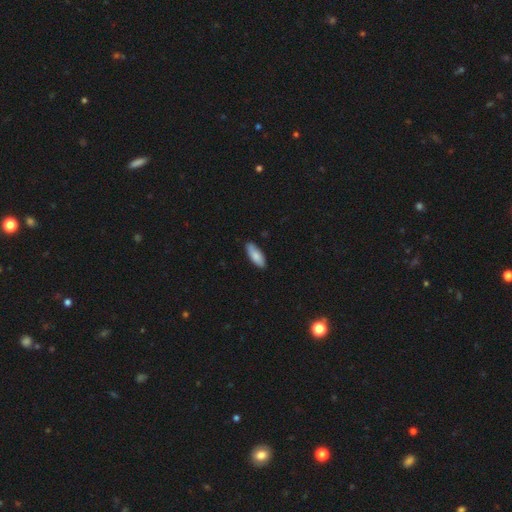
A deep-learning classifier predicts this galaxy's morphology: smooth_or_featured: smooth (p=0.85) [alt: featured or disk p=0.10]
how_rounded: in between (p=0.69) [alt: cigar-shaped p=0.29]
merging: none (p=0.85) [alt: minor disturbance p=0.12]